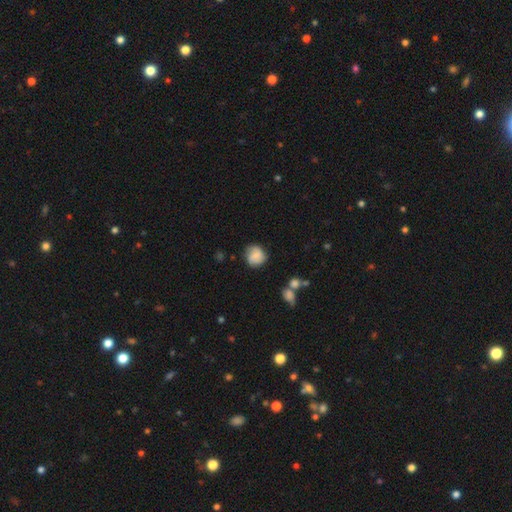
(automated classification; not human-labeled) Morphology: type=smooth (68%); roundness=round (82%); merging=none (69%).